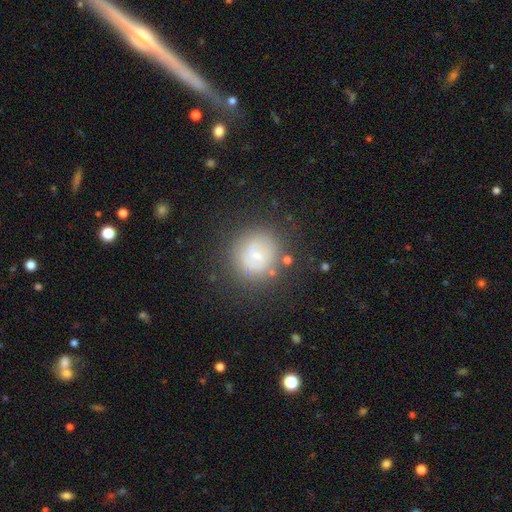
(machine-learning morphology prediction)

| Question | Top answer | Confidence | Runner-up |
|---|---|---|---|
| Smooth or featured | smooth | 49% | featured or disk (39%) |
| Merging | none | 75% | minor disturbance (14%) |